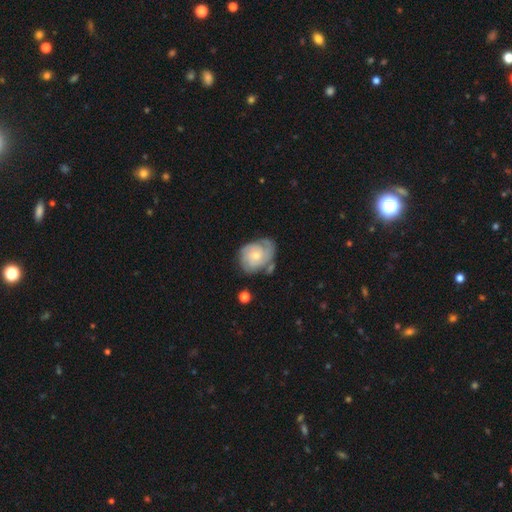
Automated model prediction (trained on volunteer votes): The model was most divided on "spiral arm count": can't tell: 36%, 3: 24%, 2: 22%, 4: 9%, 1: 5%, more than 4: 4%. More confident: edge-on disk — no (97%); spiral arms — yes (92%); bar — no (78%); smooth or featured — featured or disk (75%); spiral winding — tight (67%); merging — none (59%); bulge size — small (55%).